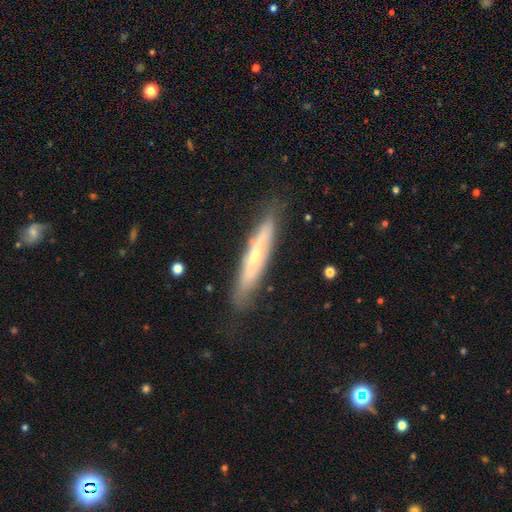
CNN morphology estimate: featured or disk 58%, smooth 35%, star or artifact 7%. Down the decision tree: edge-on disk — yes (77%); merging — none (81%).